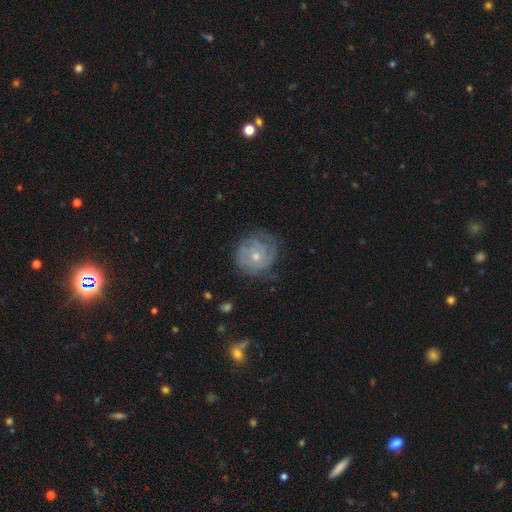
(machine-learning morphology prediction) A featured or disk galaxy (66%) with no bar (83%), tight (68%) spiral arms (78%) and a small central bulge (52%). Merging: none (65%).